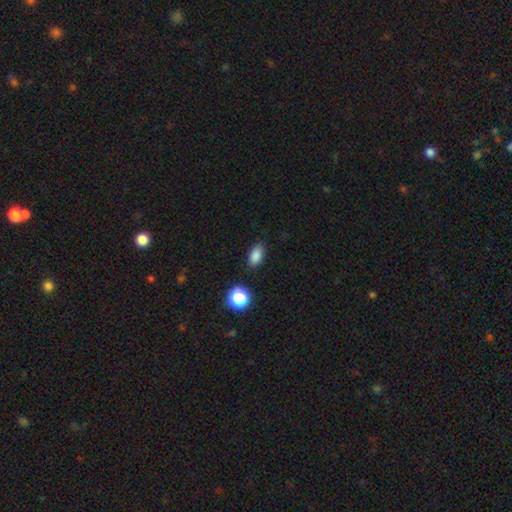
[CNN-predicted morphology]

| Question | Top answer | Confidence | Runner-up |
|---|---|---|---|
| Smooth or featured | smooth | 84% | star or artifact (11%) |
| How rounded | in between | 87% | round (10%) |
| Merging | none | 85% | minor disturbance (11%) |